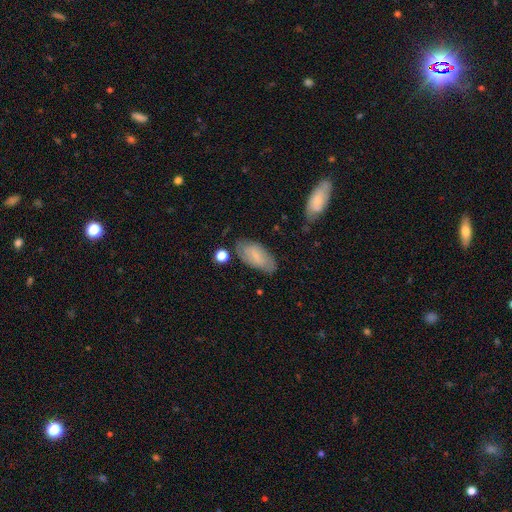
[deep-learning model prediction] smooth_or_featured: smooth (p=0.54) [alt: featured or disk p=0.38]
how_rounded: in between (p=0.90) [alt: cigar-shaped p=0.07]
merging: none (p=0.71) [alt: minor disturbance p=0.20]